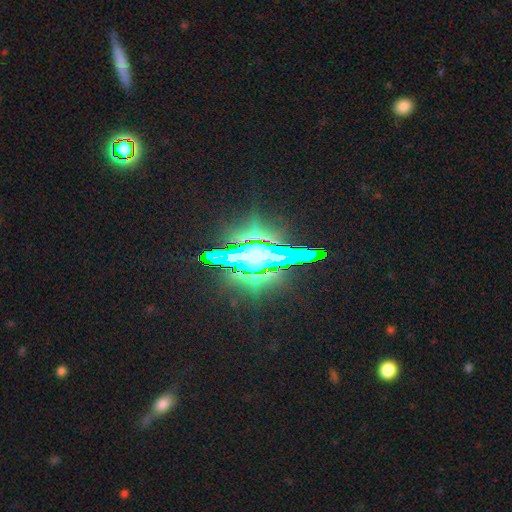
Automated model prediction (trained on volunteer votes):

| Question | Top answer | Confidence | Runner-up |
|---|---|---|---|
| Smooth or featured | star or artifact | 71% | featured or disk (17%) |